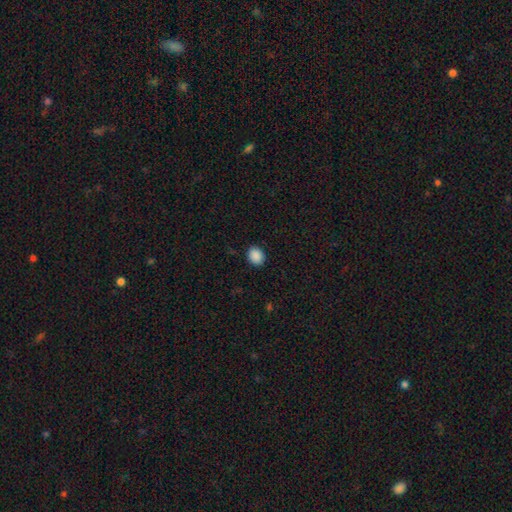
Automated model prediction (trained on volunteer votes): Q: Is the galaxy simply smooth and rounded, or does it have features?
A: smooth — 89%.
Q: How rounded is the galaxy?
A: round — 54%.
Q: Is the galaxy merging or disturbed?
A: none — 90%.